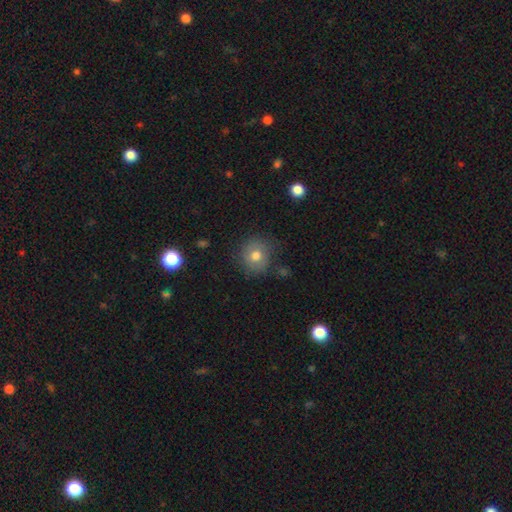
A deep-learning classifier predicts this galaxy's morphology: This is likely a smooth galaxy (72%). How rounded: clearly round (85%). Merging: likely none (78%).